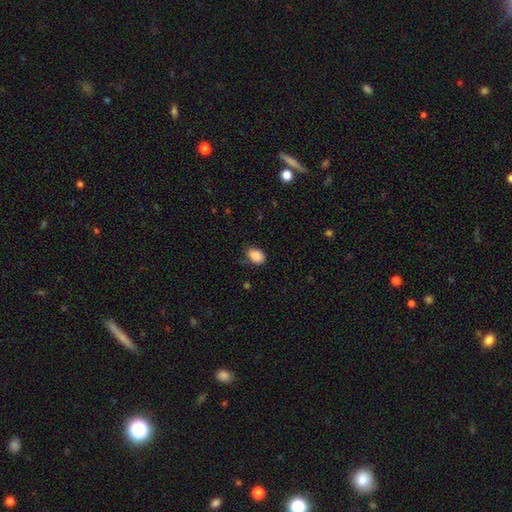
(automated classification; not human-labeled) A smooth galaxy with no disk features (88%) that is in between round and cigar-shaped (78%). Merging: none (75%).